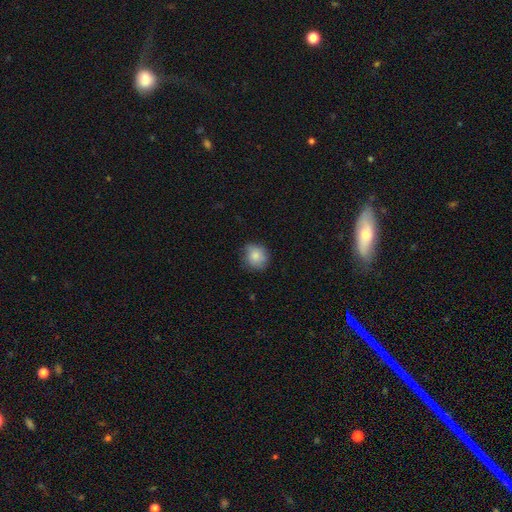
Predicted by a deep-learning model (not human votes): A smooth galaxy with no disk features (83%) that is round (85%).

Vote fractions:
- Smooth or featured? smooth: 83% / featured or disk: 9% / star or artifact: 8%
- How rounded? round: 85% / in between: 14% / cigar-shaped: 1%
- Merging? none: 76% / minor disturbance: 19% / major disturbance: 4% / merger: 1%